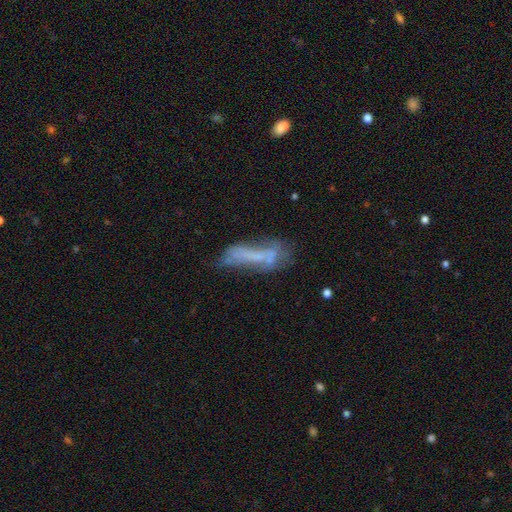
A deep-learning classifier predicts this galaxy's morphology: Smooth or featured: featured or disk — 45% (smooth — 42%)
Merging: none — 33% (major disturbance — 26%)